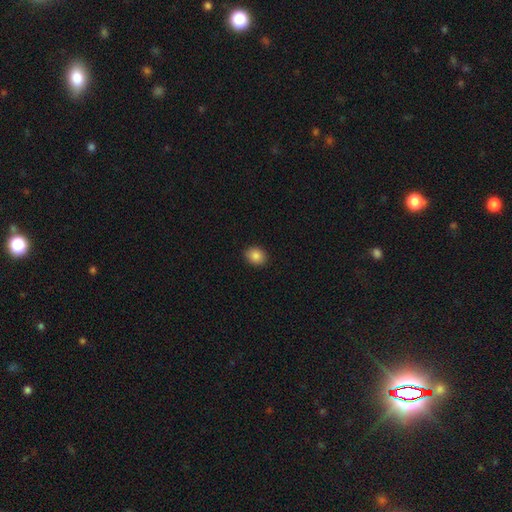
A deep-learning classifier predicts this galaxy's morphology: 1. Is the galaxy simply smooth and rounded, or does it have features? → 86% smooth, 9% star or artifact, 4% featured or disk.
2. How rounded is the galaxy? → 53% in between, 46% round, 1% cigar-shaped.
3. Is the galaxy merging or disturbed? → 90% none, 7% minor disturbance, 2% major disturbance, 1% merger.